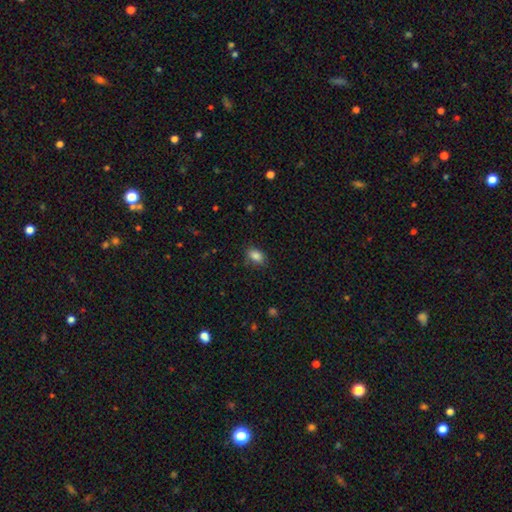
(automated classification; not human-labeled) smooth-or-featured: smooth: 86% | star or artifact: 9% | featured or disk: 5%
  how-rounded: in between: 84% | round: 14% | cigar-shaped: 2%
  merging: none: 79% | minor disturbance: 16% | major disturbance: 3% | merger: 1%